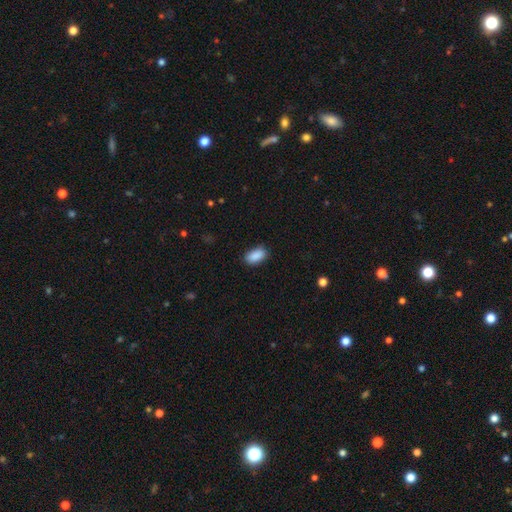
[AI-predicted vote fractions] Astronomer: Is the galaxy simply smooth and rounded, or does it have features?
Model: smooth — 90%.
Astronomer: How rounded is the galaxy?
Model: in between — 93%.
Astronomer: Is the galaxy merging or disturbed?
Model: none — 85%.